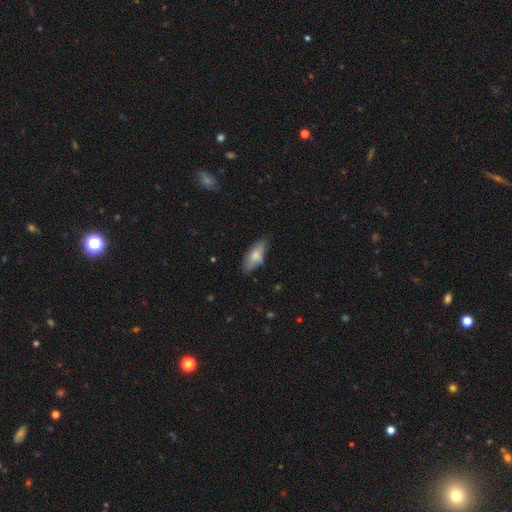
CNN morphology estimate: Smooth or featured?
  - smooth: 73% *
  - featured or disk: 21%
  - star or artifact: 7%
How rounded?
  - in between: 74% *
  - cigar-shaped: 23%
  - round: 2%
Merging?
  - none: 65% *
  - minor disturbance: 26%
  - major disturbance: 6%
  - merger: 3%